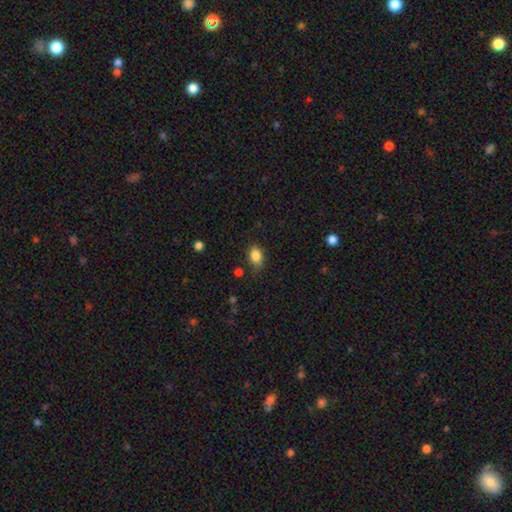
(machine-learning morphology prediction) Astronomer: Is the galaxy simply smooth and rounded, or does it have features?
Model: smooth — 85%.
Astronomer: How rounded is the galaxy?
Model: in between — 80%.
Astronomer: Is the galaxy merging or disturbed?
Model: none — 75%.